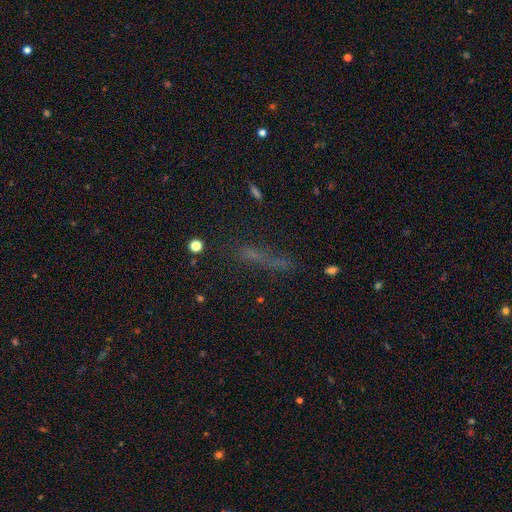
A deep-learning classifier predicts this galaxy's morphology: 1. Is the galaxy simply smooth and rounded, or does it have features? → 43% smooth, 32% star or artifact, 25% featured or disk.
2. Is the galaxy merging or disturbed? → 59% none, 18% minor disturbance, 16% major disturbance, 7% merger.